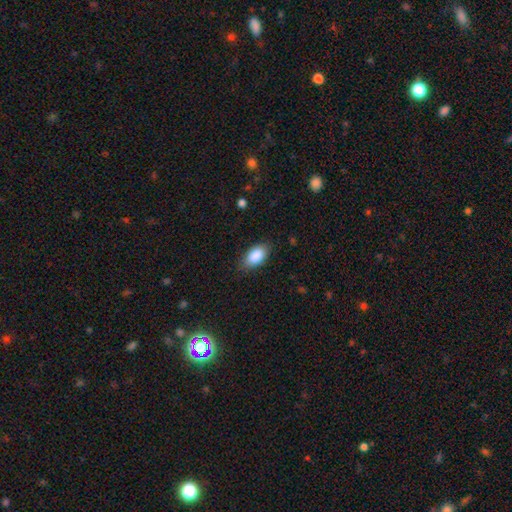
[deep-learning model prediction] This is clearly a smooth galaxy (87%). How rounded: clearly in between (92%). Merging: clearly none (81%).